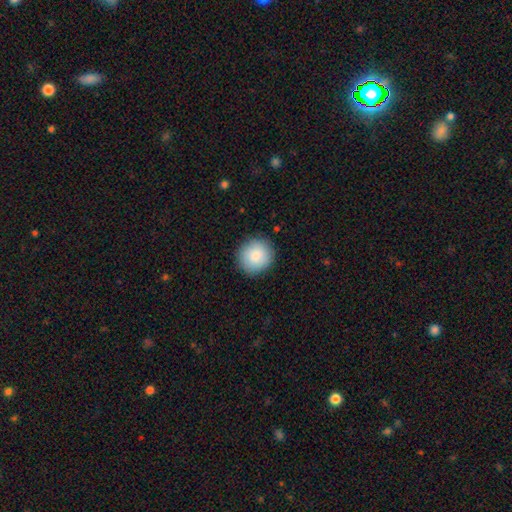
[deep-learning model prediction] A smooth galaxy with no disk features (86%) that is round (90%). Merging: none (89%).